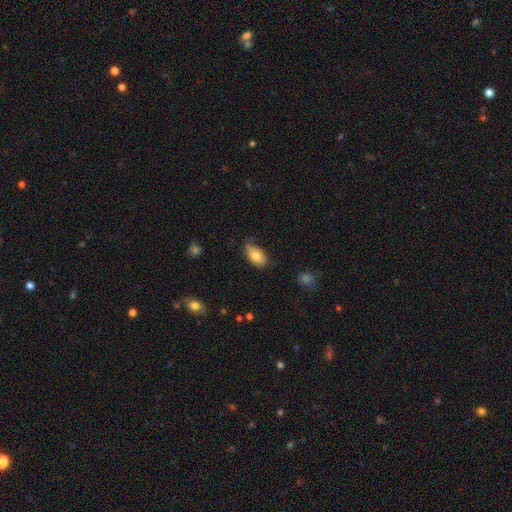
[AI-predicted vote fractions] Smooth or featured: smooth — 82% (featured or disk — 11%)
How rounded: in between — 93% (round — 4%)
Merging: none — 61% (minor disturbance — 32%)